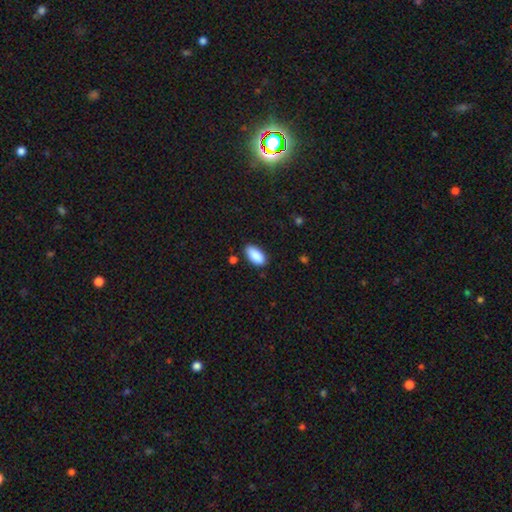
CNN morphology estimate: smooth-or-featured: smooth: 90% | star or artifact: 7% | featured or disk: 4%
  how-rounded: in between: 93% | cigar-shaped: 5% | round: 2%
  merging: none: 83% | minor disturbance: 12% | major disturbance: 2% | merger: 2%